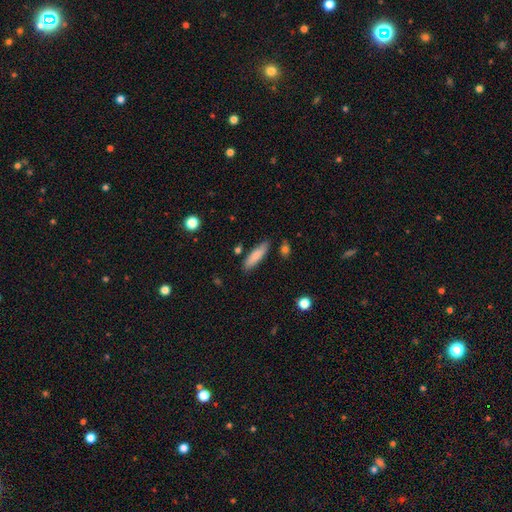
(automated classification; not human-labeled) Smooth or featured? smooth (83%)
How rounded? cigar-shaped (66%)
Merging? none (84%)